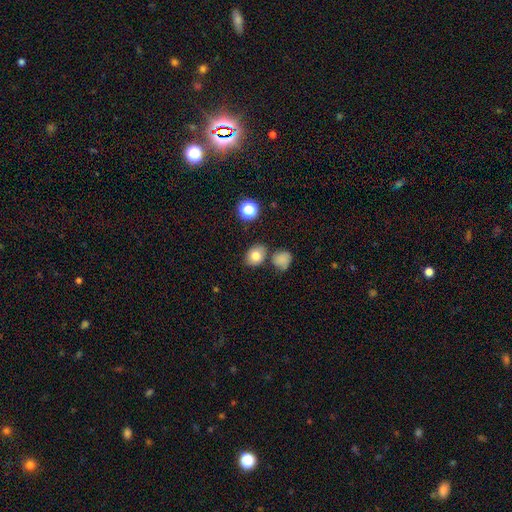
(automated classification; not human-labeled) Smooth or featured? smooth (79%)
How rounded? in between (51%)
Merging? none (75%)